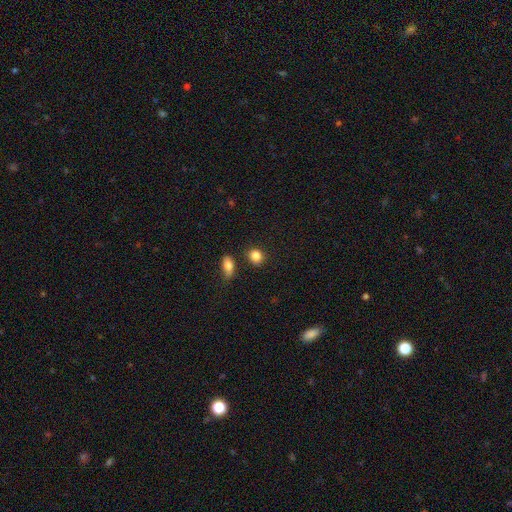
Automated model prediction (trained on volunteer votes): Morphology: type=smooth (86%); roundness=round (72%); merging=none (80%).